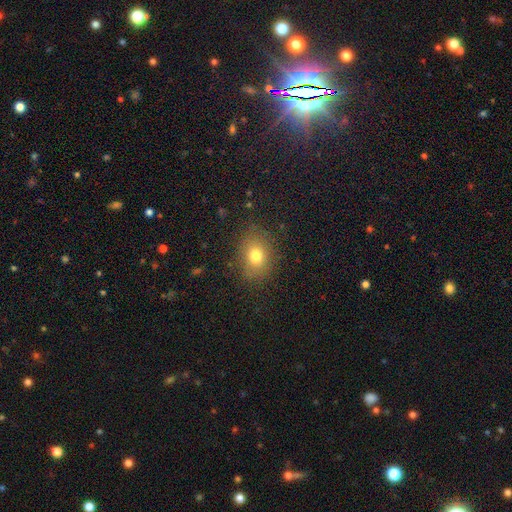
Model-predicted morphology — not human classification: This appears to be a smooth galaxy with no disk features (76%) that is in between round and cigar-shaped (52%). Merging: none (83%).